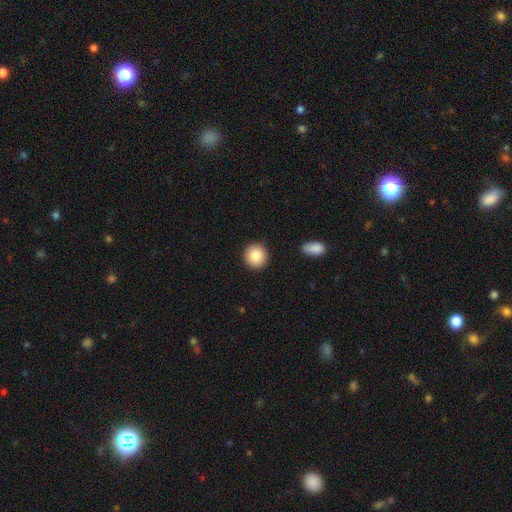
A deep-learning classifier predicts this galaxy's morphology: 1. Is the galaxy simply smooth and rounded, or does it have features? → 85% smooth, 8% star or artifact, 7% featured or disk.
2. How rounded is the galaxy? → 92% round, 7% in between, 1% cigar-shaped.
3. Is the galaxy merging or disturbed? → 91% none, 5% minor disturbance, 2% major disturbance, 2% merger.